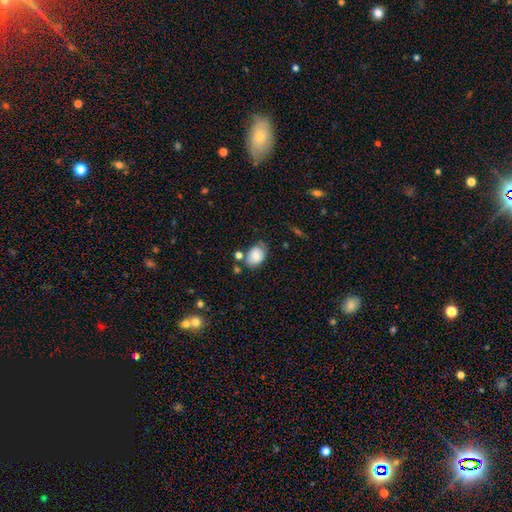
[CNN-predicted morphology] Q: Smooth or featured?
A: smooth (71%); runner-up: featured or disk (21%)
Q: How rounded?
A: in between (78%); runner-up: round (21%)
Q: Merging?
A: none (58%); runner-up: minor disturbance (24%)